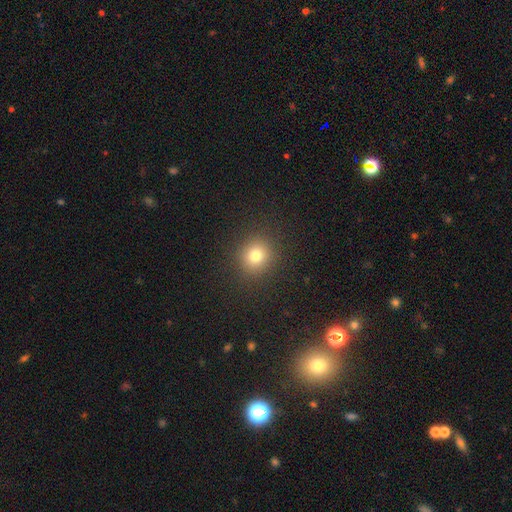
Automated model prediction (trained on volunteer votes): Smooth or featured? Predicted: smooth (p=0.77). How rounded? Predicted: round (p=0.88). Merging? Predicted: none (p=0.90).